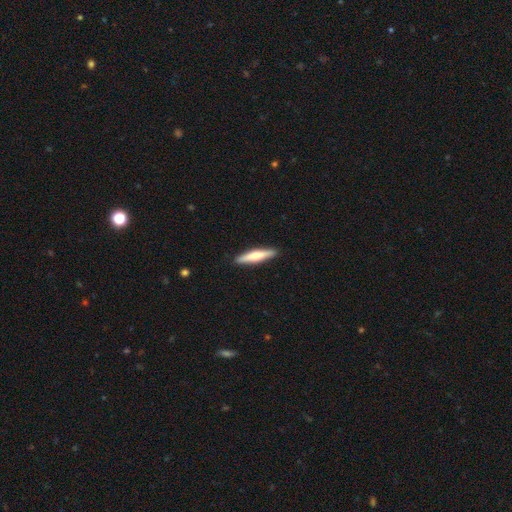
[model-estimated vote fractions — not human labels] Smooth or featured?
  - smooth: 50% *
  - featured or disk: 45%
  - star or artifact: 5%
How rounded?
  - cigar-shaped: 87% *
  - in between: 12%
  - round: 2%
Merging?
  - none: 92% *
  - minor disturbance: 6%
  - major disturbance: 1%
  - merger: 1%